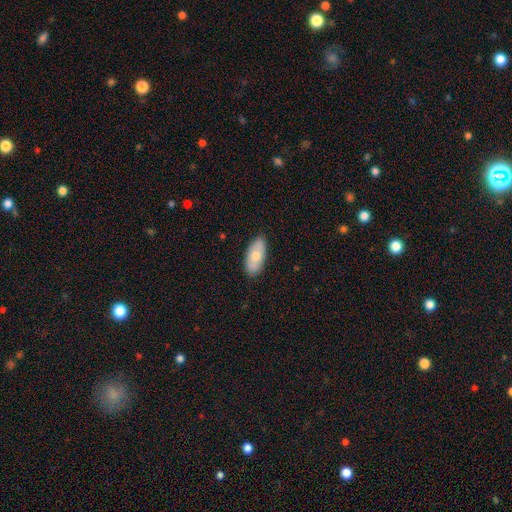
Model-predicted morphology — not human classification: smooth 68%, featured or disk 26%, star or artifact 6%. Down the decision tree: how rounded — in between (91%); merging — none (85%).